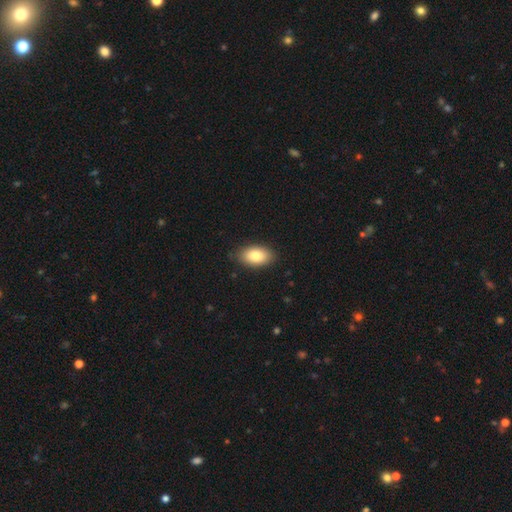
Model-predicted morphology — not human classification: This appears to be a smooth galaxy with no disk features (82%) that is in between round and cigar-shaped (93%). Merging: none (85%).